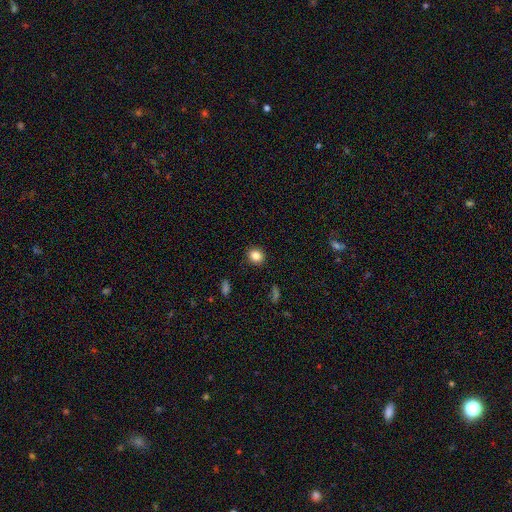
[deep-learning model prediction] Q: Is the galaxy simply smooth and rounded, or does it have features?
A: smooth — 84%.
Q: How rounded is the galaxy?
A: round — 73%.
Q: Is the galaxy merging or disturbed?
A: none — 90%.